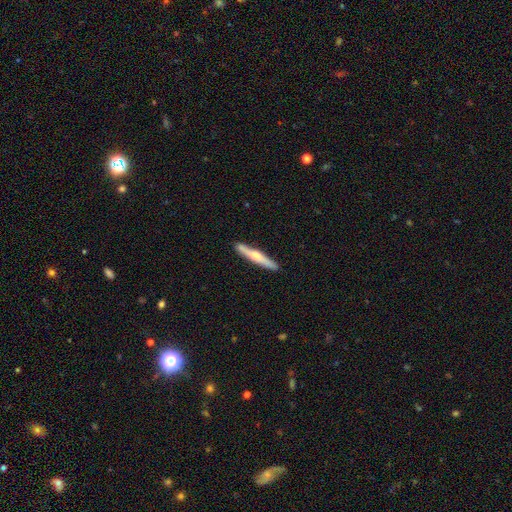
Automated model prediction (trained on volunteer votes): This is possibly a featured or disk galaxy (49%). Merging: clearly none (89%).